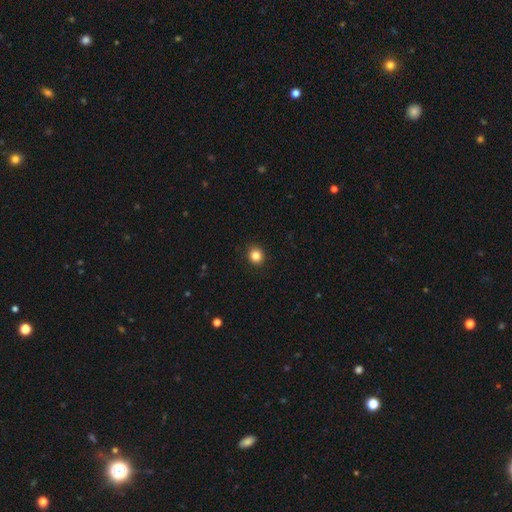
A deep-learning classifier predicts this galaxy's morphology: Smooth or featured? Predicted: smooth (p=0.84). How rounded? Predicted: round (p=0.86). Merging? Predicted: none (p=0.92).